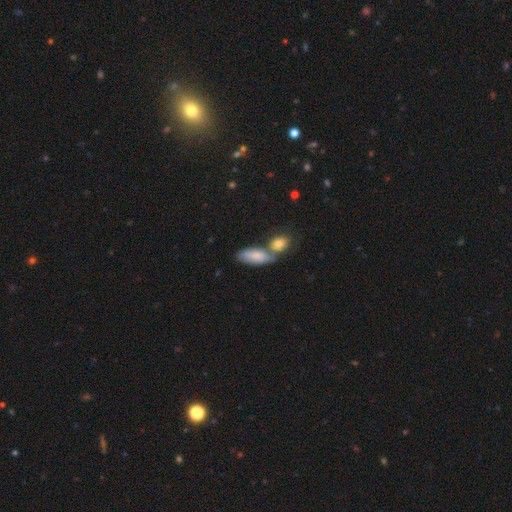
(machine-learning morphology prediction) smooth-or-featured: smooth: 78% | featured or disk: 16% | star or artifact: 6%
  how-rounded: in between: 85% | cigar-shaped: 11% | round: 4%
  merging: merger: 46% | none: 36% | minor disturbance: 13% | major disturbance: 5%